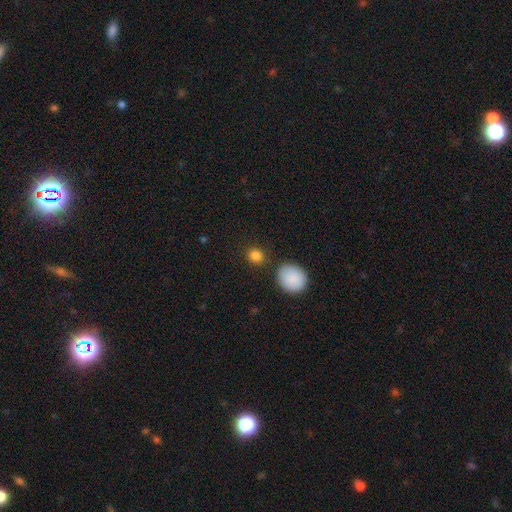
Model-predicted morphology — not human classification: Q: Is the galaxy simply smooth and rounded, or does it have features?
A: smooth — 85%.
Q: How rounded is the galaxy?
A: round — 80%.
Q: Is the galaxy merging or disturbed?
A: none — 81%.